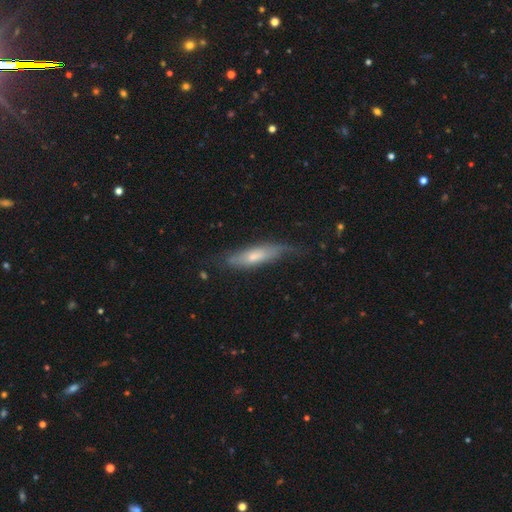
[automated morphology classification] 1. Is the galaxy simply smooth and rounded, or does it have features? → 46% featured or disk (tied), 46% smooth (tied), 7% star or artifact.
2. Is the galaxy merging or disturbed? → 60% none, 28% minor disturbance, 10% major disturbance, 2% merger.